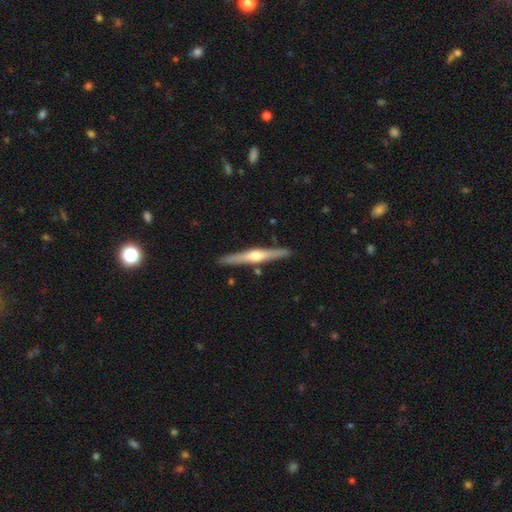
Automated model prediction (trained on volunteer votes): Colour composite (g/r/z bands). It shows a featured or disk galaxy (68%) viewed edge-on (97%) with a rounded central bulge (90%). Merging: none (89%).